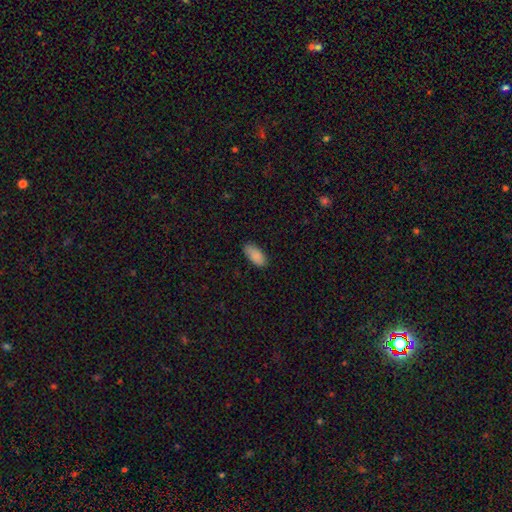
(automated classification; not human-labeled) Smooth or featured: smooth — 88% (star or artifact — 7%)
How rounded: in between — 91% (cigar-shaped — 7%)
Merging: none — 82% (minor disturbance — 14%)